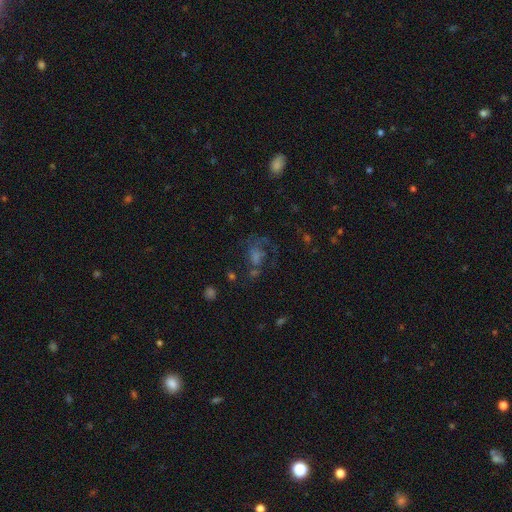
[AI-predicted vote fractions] This is marginally a featured or disk galaxy (44%). Merging: marginally none (43%).